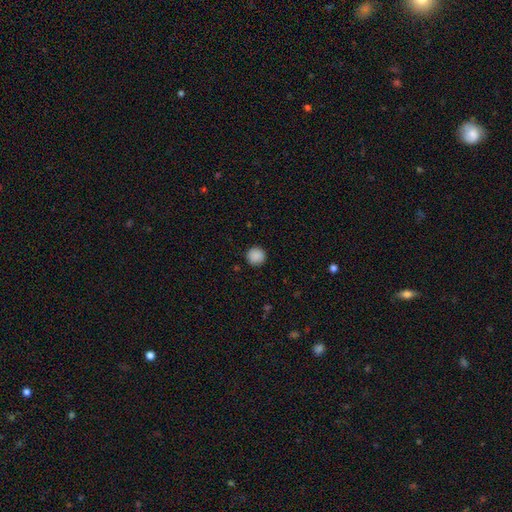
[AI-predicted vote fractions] The model was most divided on "smooth or featured": smooth: 89%, star or artifact: 9%, featured or disk: 2%. More confident: how rounded — round (95%); merging — none (91%).